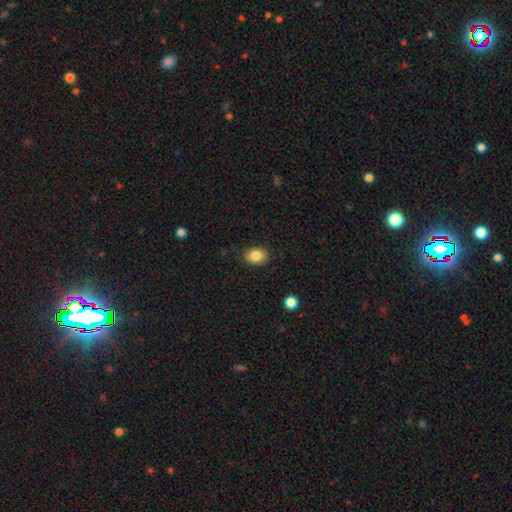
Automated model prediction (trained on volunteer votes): Overall: smooth (84%). How rounded: in between (60%; round 39%). Merging: none (85%).